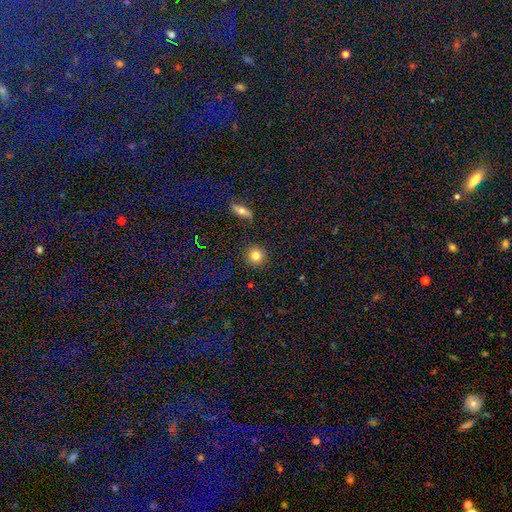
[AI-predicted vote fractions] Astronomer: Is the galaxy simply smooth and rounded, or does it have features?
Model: smooth — 82%.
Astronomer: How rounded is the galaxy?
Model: round — 94%.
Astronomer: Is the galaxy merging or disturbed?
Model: none — 91%.